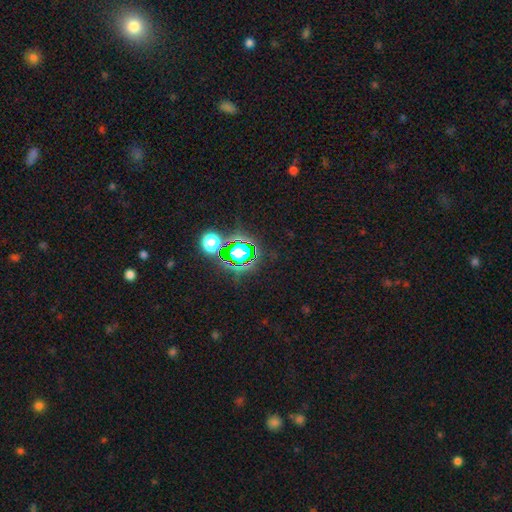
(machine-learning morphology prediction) Overall: star or artifact (77%).